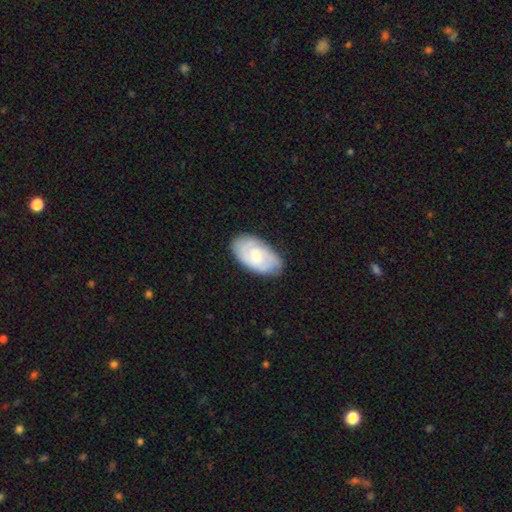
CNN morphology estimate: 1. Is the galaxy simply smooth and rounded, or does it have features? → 52% featured or disk, 42% smooth, 6% star or artifact.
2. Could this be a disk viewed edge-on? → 95% no, 5% yes.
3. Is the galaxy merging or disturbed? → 78% none, 17% minor disturbance, 4% major disturbance, 1% merger.